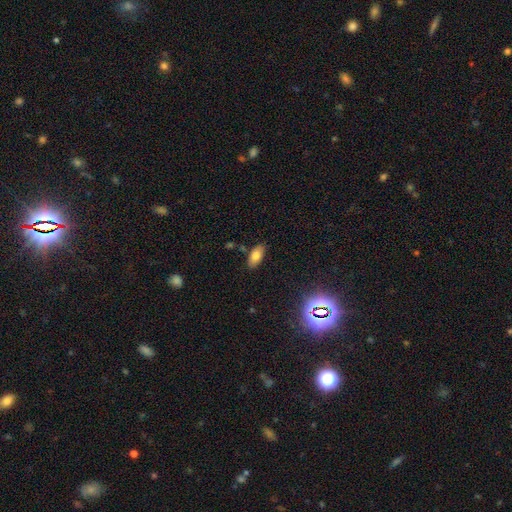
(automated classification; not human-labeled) Morphology: type=smooth (77%); roundness=in between (89%); merging=none (83%).